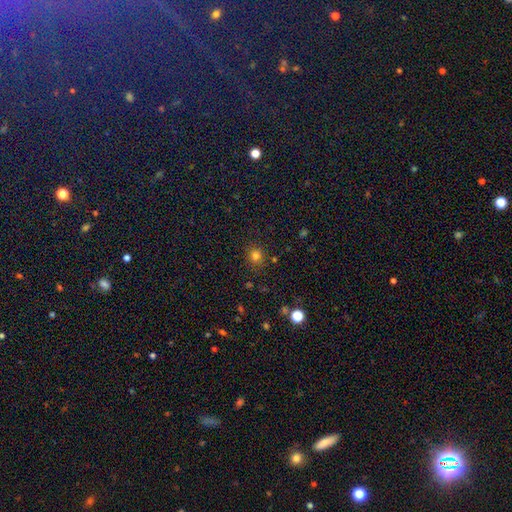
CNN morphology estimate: Smooth or featured? Predicted: smooth (p=0.79). How rounded? Predicted: round (p=0.87). Merging? Predicted: none (p=0.85).